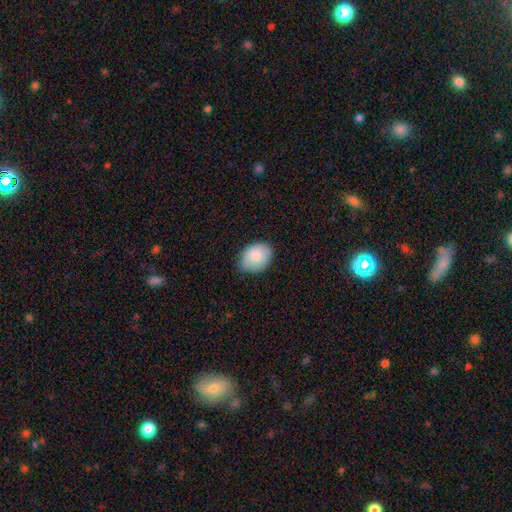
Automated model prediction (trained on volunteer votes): This appears to be a smooth galaxy with no disk features (77%) that is in between round and cigar-shaped (70%). Merging: none (78%).